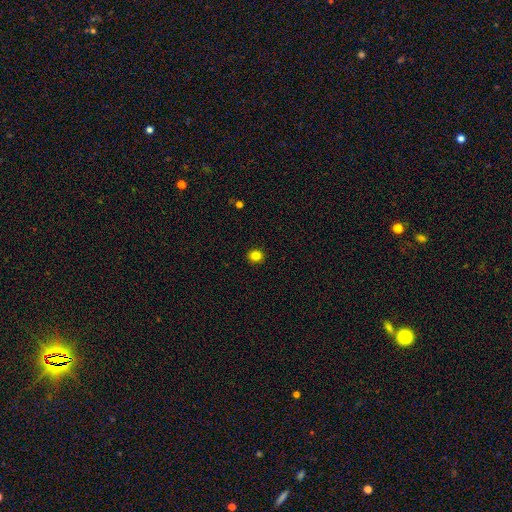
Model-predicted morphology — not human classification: Overall: smooth (83%). How rounded: round (84%). Merging: none (92%).